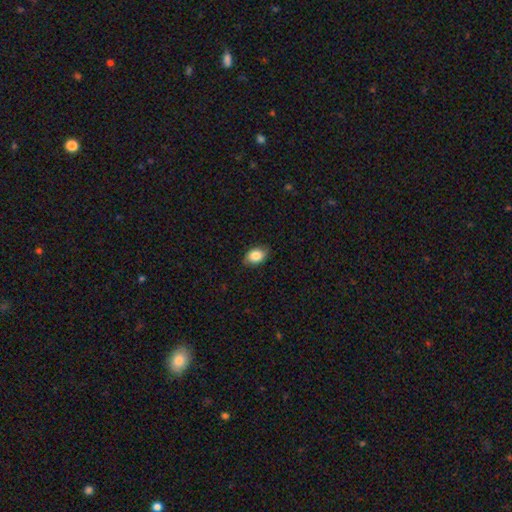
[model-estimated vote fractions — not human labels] Overall: smooth (84%). How rounded: in between (81%). Merging: none (83%).